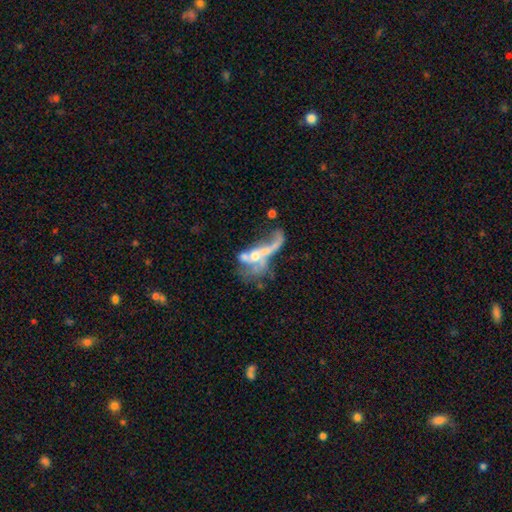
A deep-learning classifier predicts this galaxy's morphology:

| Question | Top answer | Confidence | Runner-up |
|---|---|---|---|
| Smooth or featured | featured or disk | 64% | smooth (24%) |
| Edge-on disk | no | 90% | yes (10%) |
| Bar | no | 76% | weak (17%) |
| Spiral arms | no | 68% | yes (32%) |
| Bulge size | moderate | 44% | small (32%) |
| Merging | merger | 46% | major disturbance (34%) |